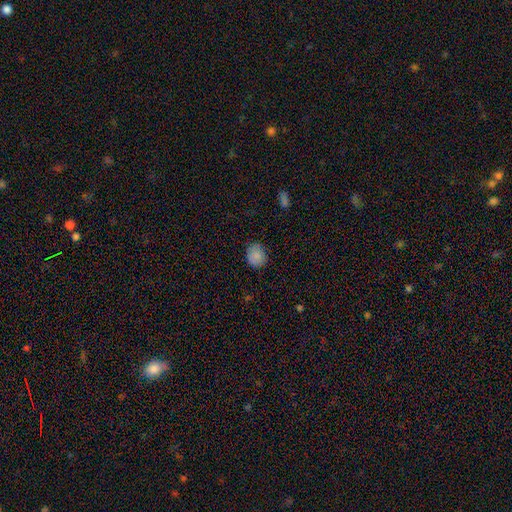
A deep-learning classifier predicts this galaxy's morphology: Overall: smooth (85%). How rounded: round (70%). Merging: none (81%).